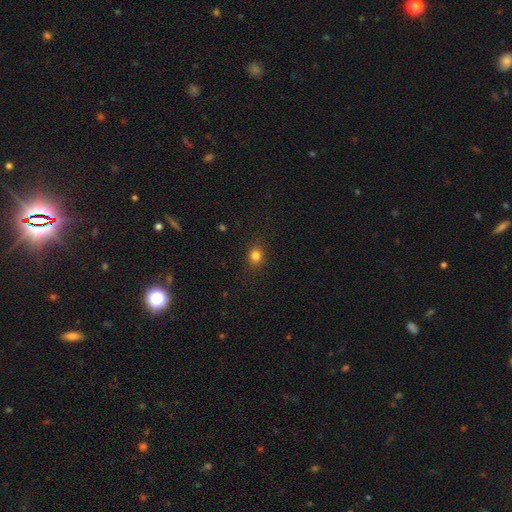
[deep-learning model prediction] This appears to be a smooth galaxy with no disk features (82%) that is round (74%). Merging: none (88%).